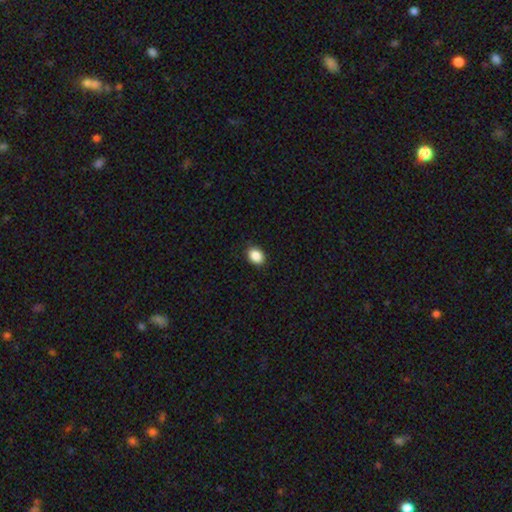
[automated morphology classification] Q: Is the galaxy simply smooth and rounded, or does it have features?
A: smooth — 89%.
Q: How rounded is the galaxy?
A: in between — 65%.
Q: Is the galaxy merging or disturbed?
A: none — 89%.